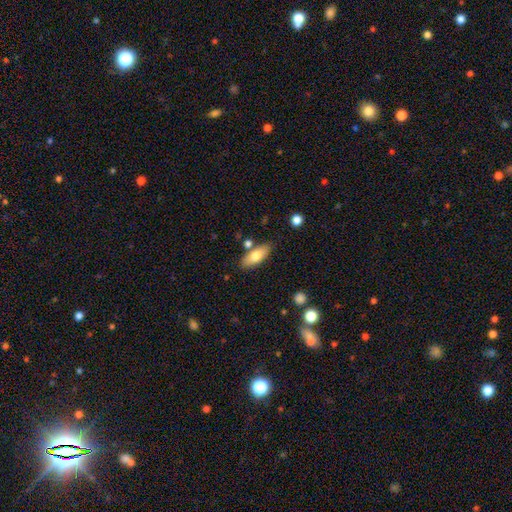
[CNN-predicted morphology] A smooth galaxy with no disk features (71%) that is in between round and cigar-shaped (75%).

Vote fractions:
- Smooth or featured? smooth: 71% / featured or disk: 22% / star or artifact: 7%
- How rounded? in between: 75% / cigar-shaped: 22% / round: 3%
- Merging? none: 78% / minor disturbance: 13% / merger: 7% / major disturbance: 3%